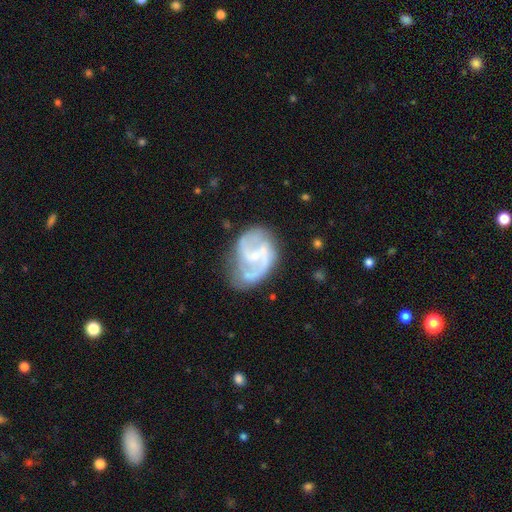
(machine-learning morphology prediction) Smooth or featured? Predicted: featured or disk (p=0.85). Edge-on disk? Predicted: no (p=0.98). Bar? Predicted: weak (p=0.48). Spiral arms? Predicted: yes (p=0.94). Spiral winding? Predicted: medium (p=0.51). Spiral arm count? Predicted: 2 (p=0.80). Bulge size? Predicted: small (p=0.67). Merging? Predicted: none (p=0.59).